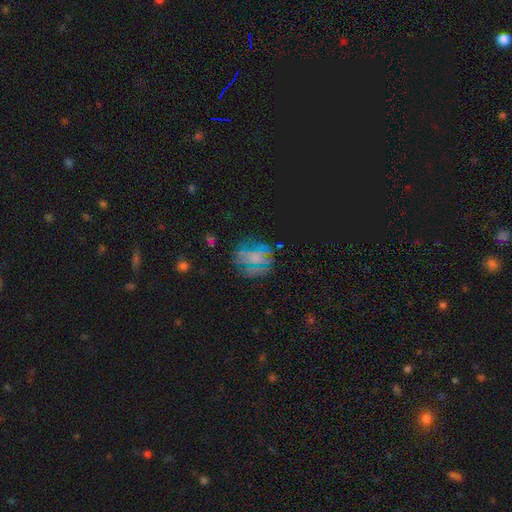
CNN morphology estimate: smooth_or_featured: star or artifact (p=0.38) [alt: smooth p=0.35]